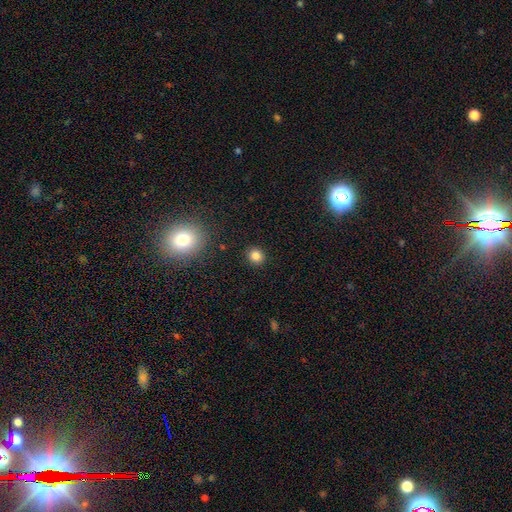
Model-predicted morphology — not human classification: Smooth or featured? smooth (83%)
How rounded? round (86%)
Merging? none (91%)